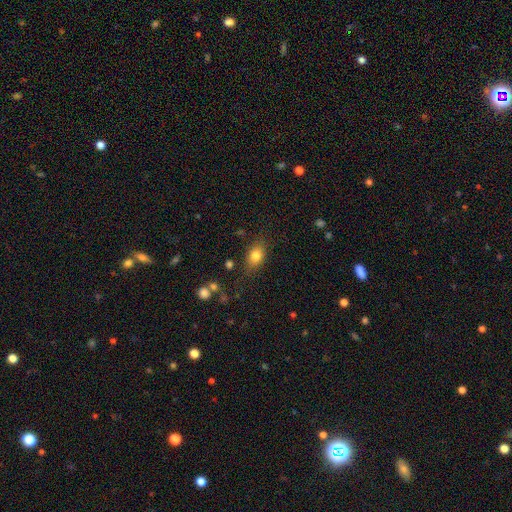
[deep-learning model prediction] smooth 80%, featured or disk 10%, star or artifact 10%. Down the decision tree: how rounded — in between (73%); merging — none (77%).